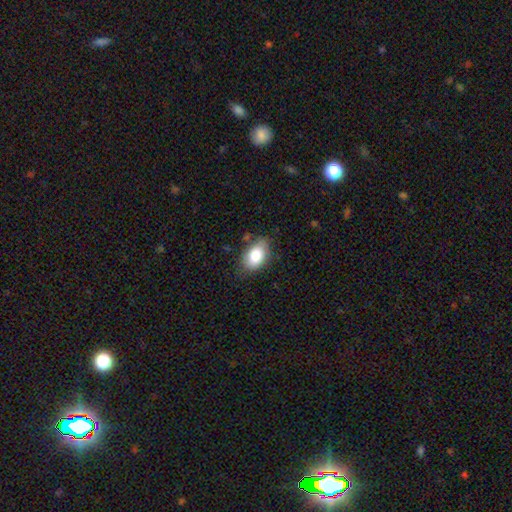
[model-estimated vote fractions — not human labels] Smooth or featured: smooth — 80% (featured or disk — 12%)
How rounded: in between — 88% (round — 11%)
Merging: none — 73% (minor disturbance — 21%)